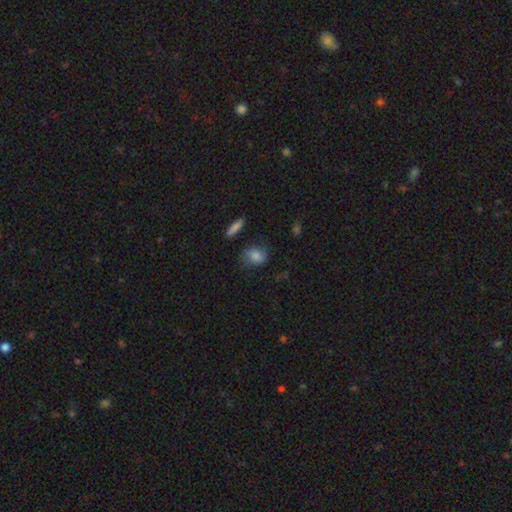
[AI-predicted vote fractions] smooth 77%, featured or disk 14%, star or artifact 9%. Down the decision tree: how rounded — in between (61%); merging — none (58%).